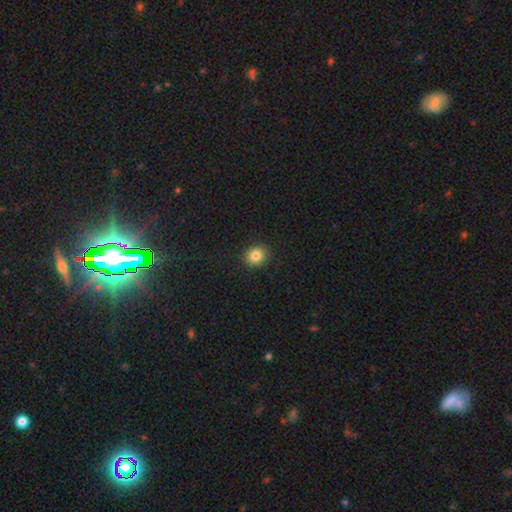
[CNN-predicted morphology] smooth 84%, star or artifact 10%, featured or disk 5%. Down the decision tree: how rounded — round (80%); merging — none (91%).